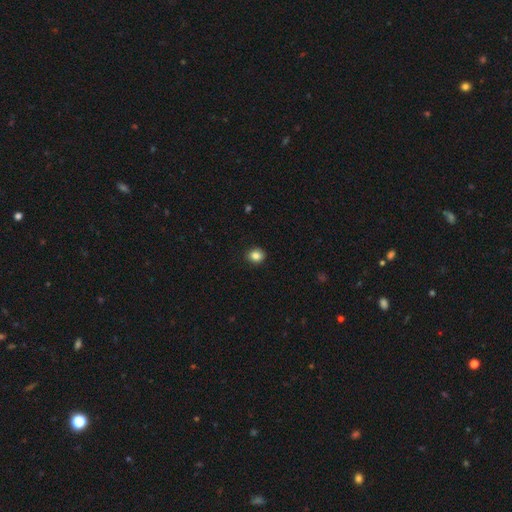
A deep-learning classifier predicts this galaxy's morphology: Overall: smooth (85%). How rounded: round (76%). Merging: none (89%).